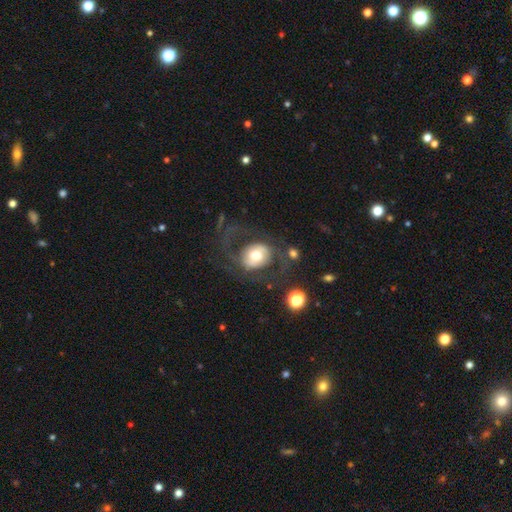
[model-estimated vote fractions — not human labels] This appears to be a featured or disk galaxy (52%). Merging: none (56%).